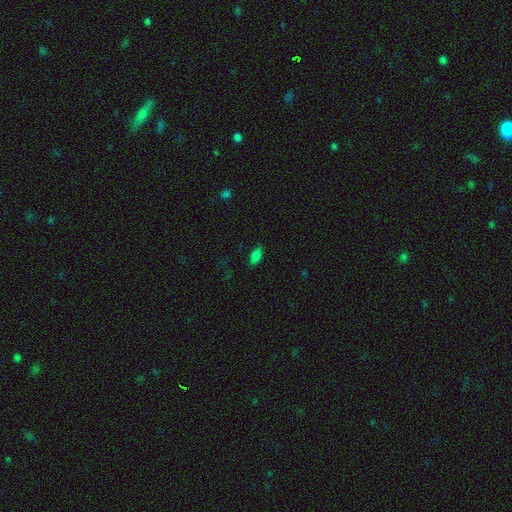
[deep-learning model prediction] The model was most divided on "smooth or featured": smooth: 81%, star or artifact: 12%, featured or disk: 6%. More confident: how rounded — in between (88%); merging — none (84%).